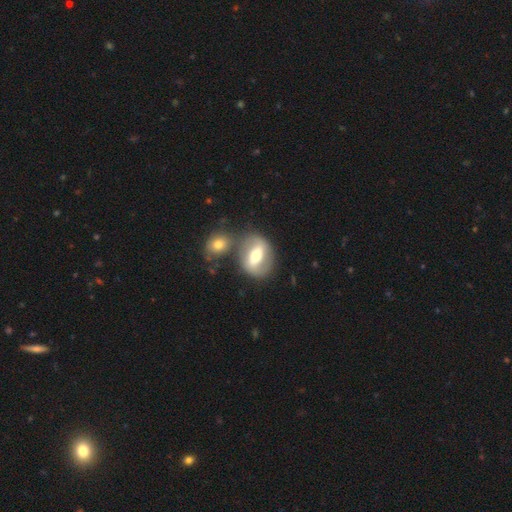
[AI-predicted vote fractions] Morphology: type=featured or disk (60%); edge-on=no (92%); bar=strong (51%); spiral arms=yes (53%); bulge=moderate (72%); merging=none (59%).